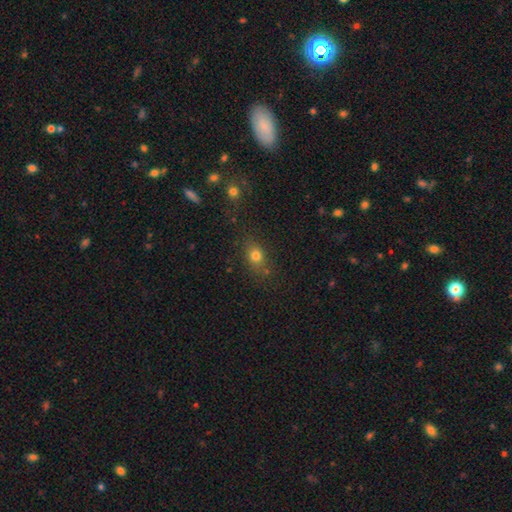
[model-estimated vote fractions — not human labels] This appears to be a smooth galaxy with no disk features (75%) that is in between round and cigar-shaped (53%). Merging: none (74%).